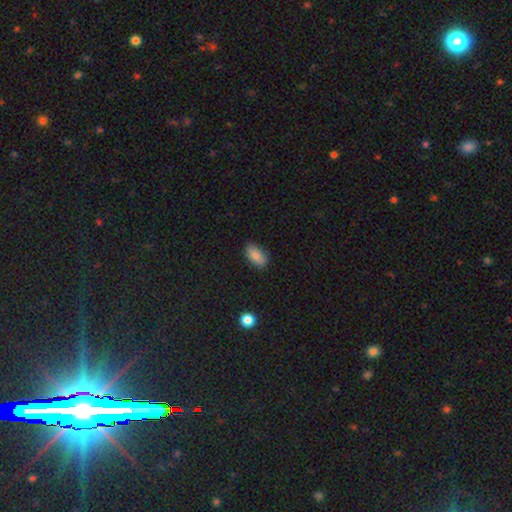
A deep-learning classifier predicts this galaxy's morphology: Smooth or featured? smooth (80%)
How rounded? in between (91%)
Merging? none (79%)